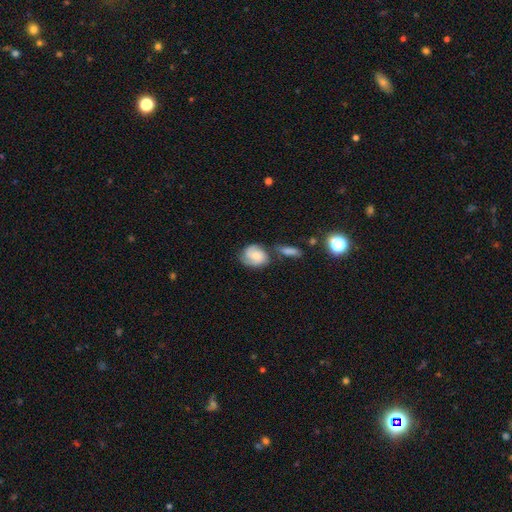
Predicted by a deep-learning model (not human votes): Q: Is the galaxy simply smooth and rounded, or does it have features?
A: featured or disk — 49%.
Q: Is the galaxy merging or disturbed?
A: none — 52%.